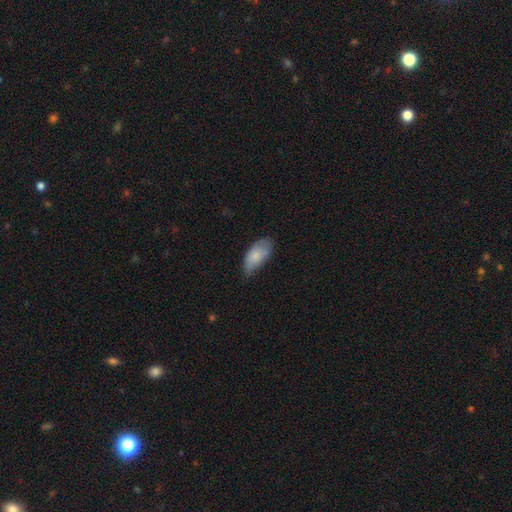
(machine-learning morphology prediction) A smooth galaxy with no disk features (77%) that is in between round and cigar-shaped (93%). Merging: none (54%).